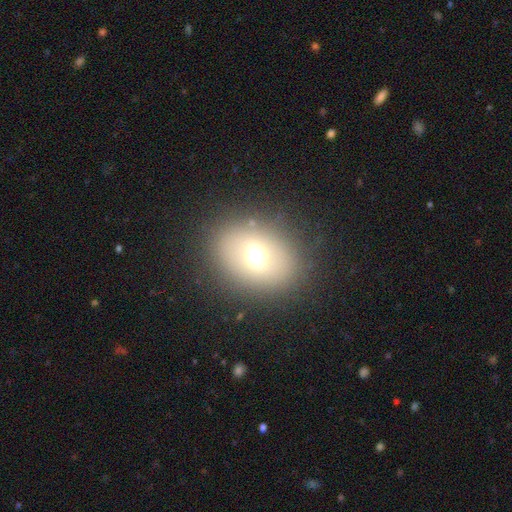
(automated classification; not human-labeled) Q: Smooth or featured?
A: smooth (61%); runner-up: featured or disk (21%)
Q: How rounded?
A: in between (52%); runner-up: round (47%)
Q: Merging?
A: none (83%); runner-up: minor disturbance (9%)